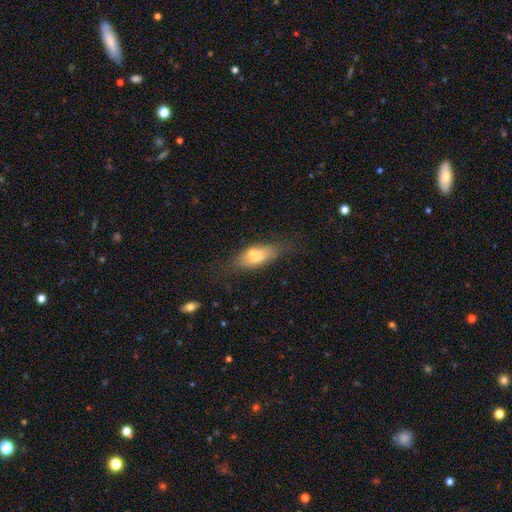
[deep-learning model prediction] This appears to be a smooth galaxy with no disk features (63%) that is in between round and cigar-shaped (74%). Merging: none (53%).